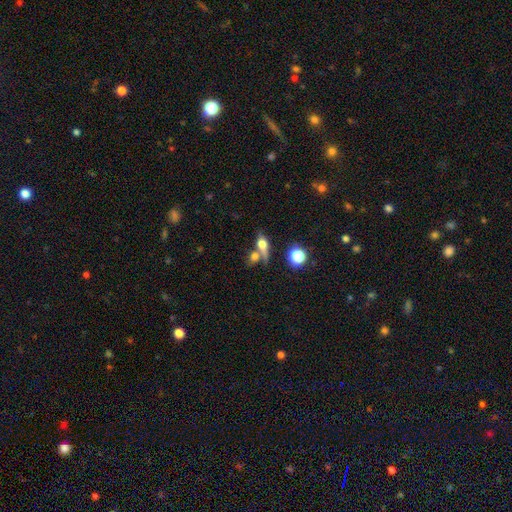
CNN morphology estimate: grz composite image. It shows a smooth galaxy with no disk features (46%). Merging: none (46%).